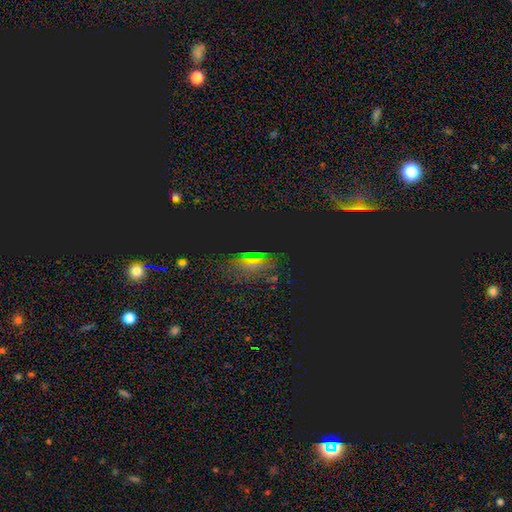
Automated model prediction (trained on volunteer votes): Smooth or featured? Predicted: star or artifact (p=0.65).